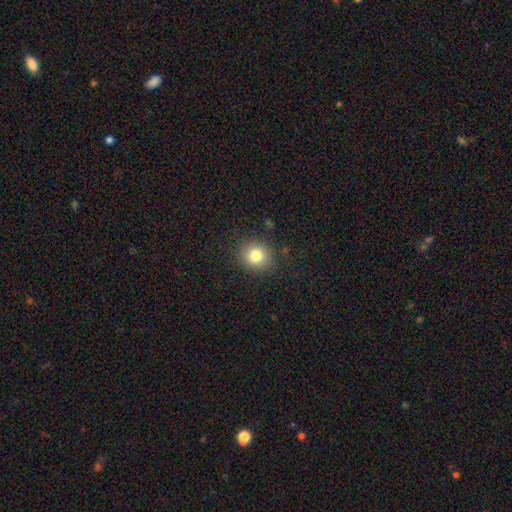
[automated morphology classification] Overall: smooth (81%). How rounded: round (80%). Merging: none (87%).